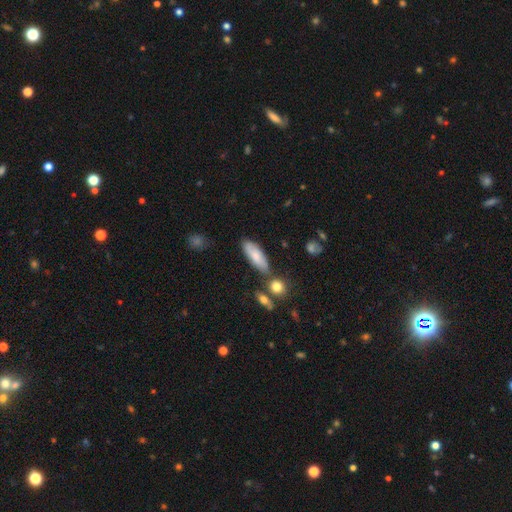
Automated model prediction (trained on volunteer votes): smooth-or-featured: smooth: 75% | featured or disk: 19% | star or artifact: 6%
  how-rounded: in between: 64% | cigar-shaped: 34% | round: 2%
  merging: none: 69% | minor disturbance: 18% | merger: 9% | major disturbance: 4%